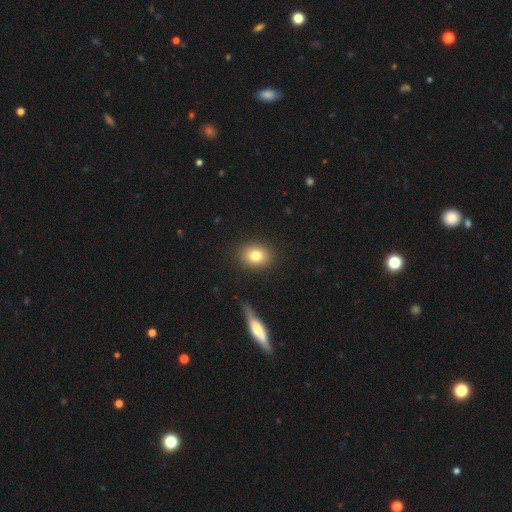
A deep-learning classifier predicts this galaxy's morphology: A smooth galaxy with no disk features (80%) that is round (52%). Merging: none (88%).